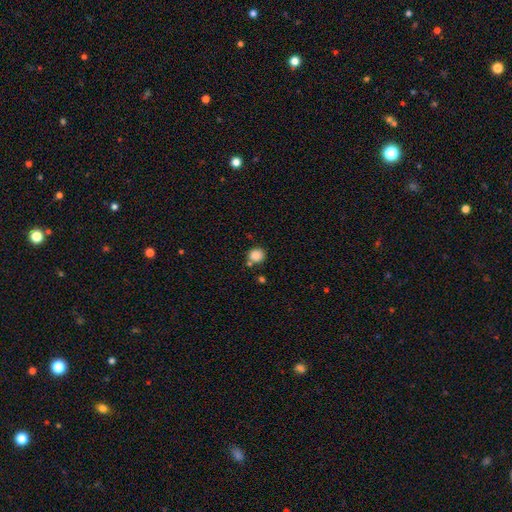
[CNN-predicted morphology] This is clearly a smooth galaxy (86%). How rounded: clearly round (86%). Merging: likely none (74%).